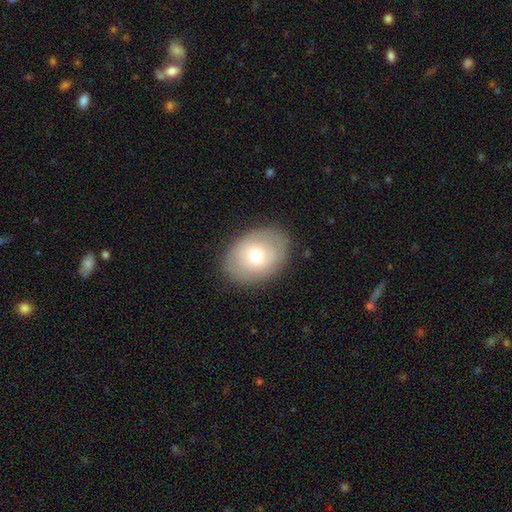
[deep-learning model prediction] Smooth or featured? Predicted: smooth (p=0.67). How rounded? Predicted: in between (p=0.68). Merging? Predicted: none (p=0.84).